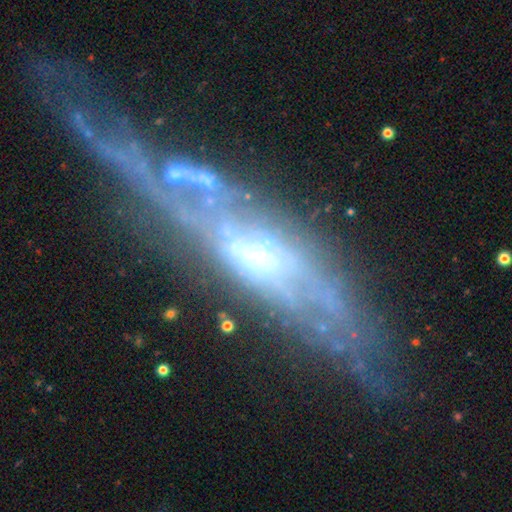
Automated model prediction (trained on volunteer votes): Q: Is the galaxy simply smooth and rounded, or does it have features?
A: featured or disk — 71%.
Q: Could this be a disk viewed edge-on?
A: no — 55%.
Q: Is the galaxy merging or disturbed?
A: none — 46%.